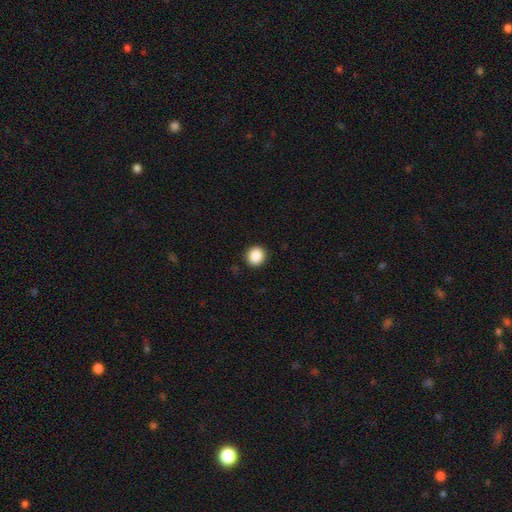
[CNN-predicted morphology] The model was most divided on "how rounded": round: 86%, in between: 13%, cigar-shaped: 1%. More confident: merging — none (91%); smooth or featured — smooth (88%).